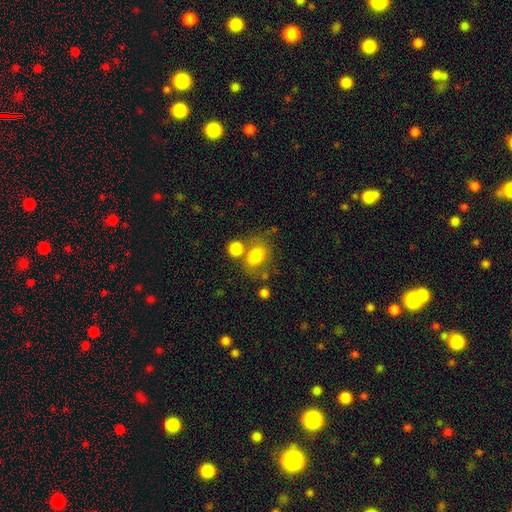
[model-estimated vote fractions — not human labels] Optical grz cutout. It shows a smooth galaxy with no disk features (76%) that is in between round and cigar-shaped (55%). Merging: none (50%).